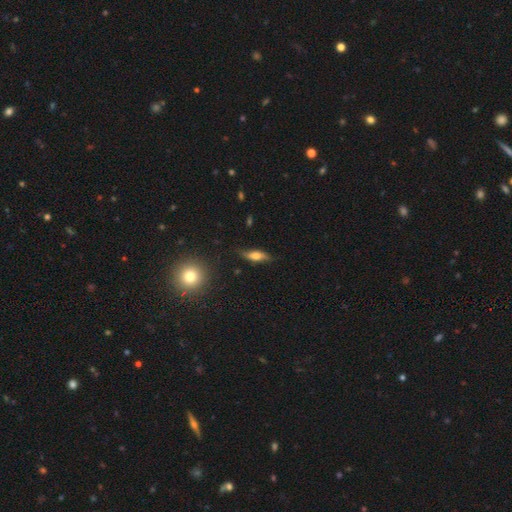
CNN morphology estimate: A smooth galaxy with no disk features (52%) that is in between round and cigar-shaped (52%).

Vote fractions:
- Smooth or featured? smooth: 52% / featured or disk: 40% / star or artifact: 8%
- How rounded? in between: 52% / cigar-shaped: 44% / round: 4%
- Merging? none: 73% / minor disturbance: 21% / major disturbance: 5% / merger: 2%